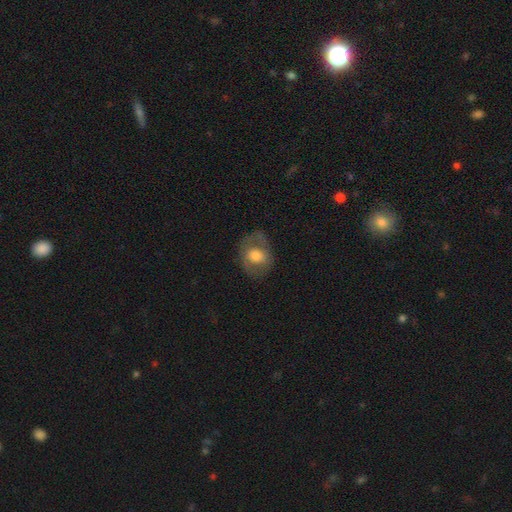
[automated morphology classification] This appears to be a smooth galaxy with no disk features (53%) that is in between round and cigar-shaped (52%). Merging: none (68%).